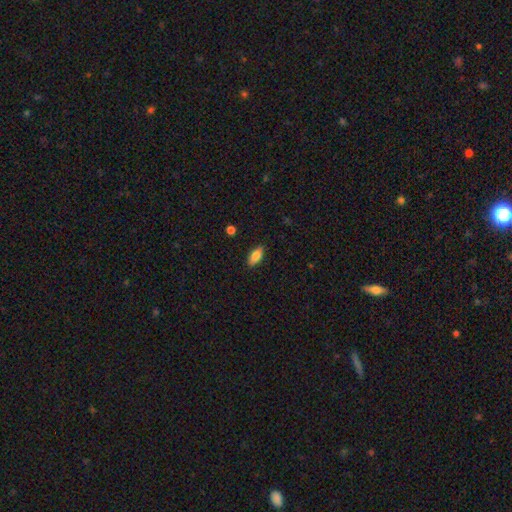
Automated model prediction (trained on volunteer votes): The model was most divided on "how rounded": in between: 85%, cigar-shaped: 12%, round: 2%. More confident: merging — none (87%); smooth or featured — smooth (85%).